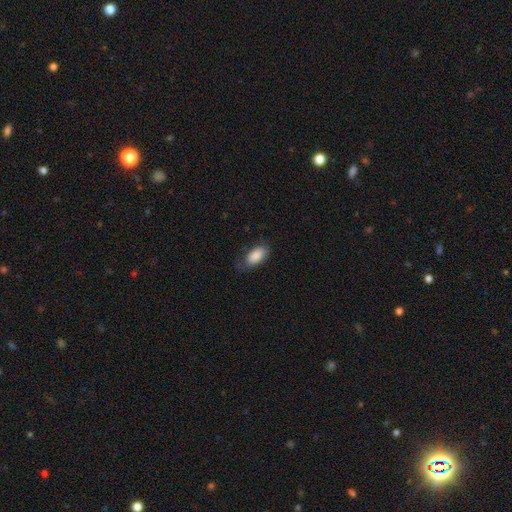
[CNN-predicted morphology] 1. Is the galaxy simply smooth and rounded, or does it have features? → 86% smooth, 8% featured or disk, 6% star or artifact.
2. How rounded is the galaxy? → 92% in between, 6% cigar-shaped, 3% round.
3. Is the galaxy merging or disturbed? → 69% none, 23% minor disturbance, 7% major disturbance, 1% merger.